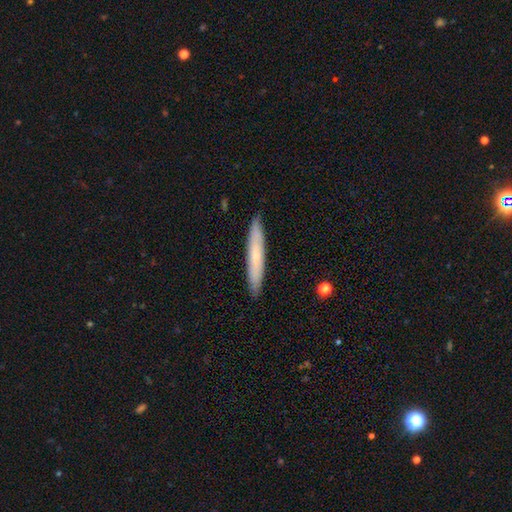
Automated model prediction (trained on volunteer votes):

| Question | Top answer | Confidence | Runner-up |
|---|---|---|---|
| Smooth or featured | smooth | 56% | featured or disk (38%) |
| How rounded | cigar-shaped | 94% | in between (5%) |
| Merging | none | 90% | minor disturbance (8%) |